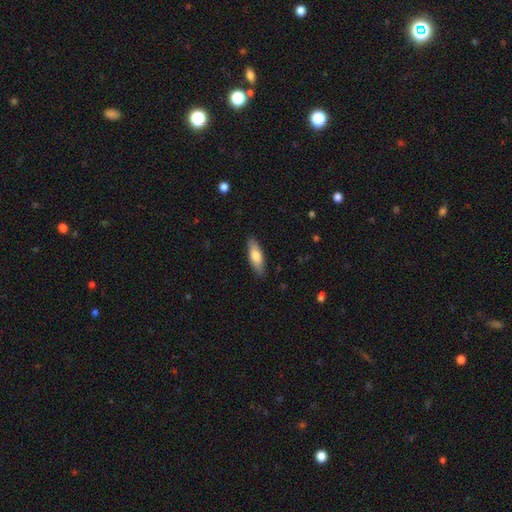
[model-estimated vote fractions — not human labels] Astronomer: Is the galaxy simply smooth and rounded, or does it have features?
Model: smooth — 76%.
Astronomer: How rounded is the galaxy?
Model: in between — 59% (runner-up: cigar-shaped, 39%).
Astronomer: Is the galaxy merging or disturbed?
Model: none — 87%.